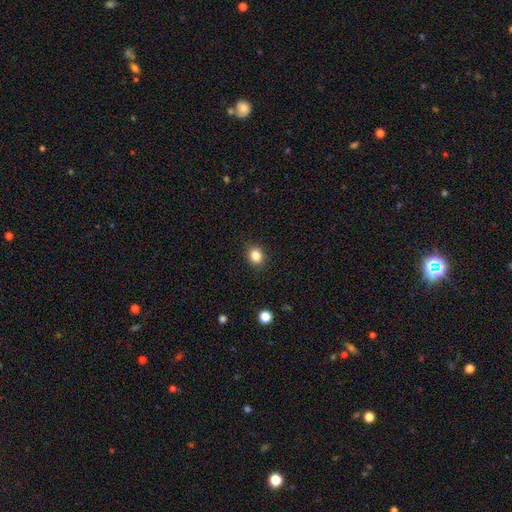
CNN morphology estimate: Smooth or featured? smooth (84%)
How rounded? round (71%)
Merging? none (89%)